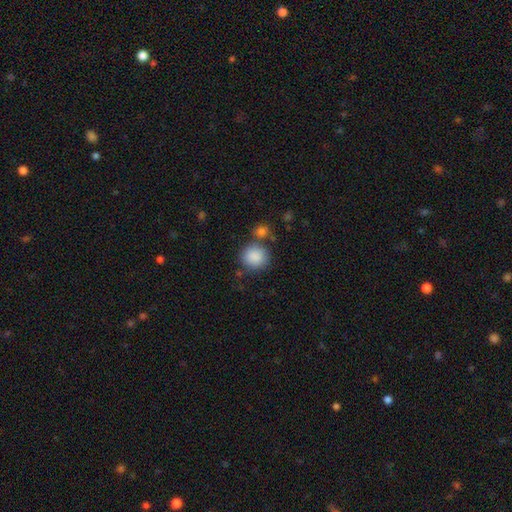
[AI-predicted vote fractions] smooth-or-featured: smooth: 88% | star or artifact: 8% | featured or disk: 4%
  how-rounded: round: 85% | in between: 14% | cigar-shaped: 1%
  merging: none: 72% | merger: 12% | minor disturbance: 12% | major disturbance: 4%